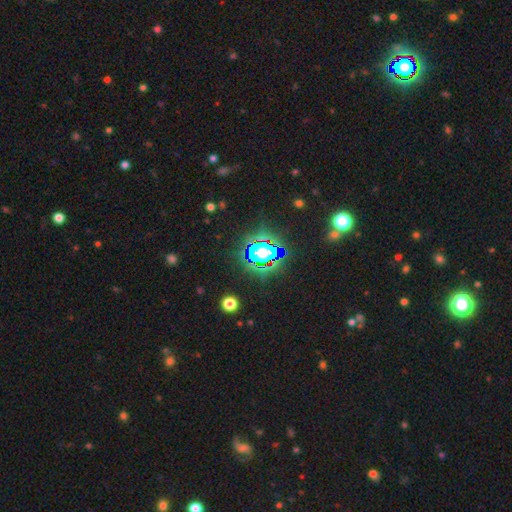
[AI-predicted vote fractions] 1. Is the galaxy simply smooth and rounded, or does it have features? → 83% star or artifact, 10% smooth, 7% featured or disk.